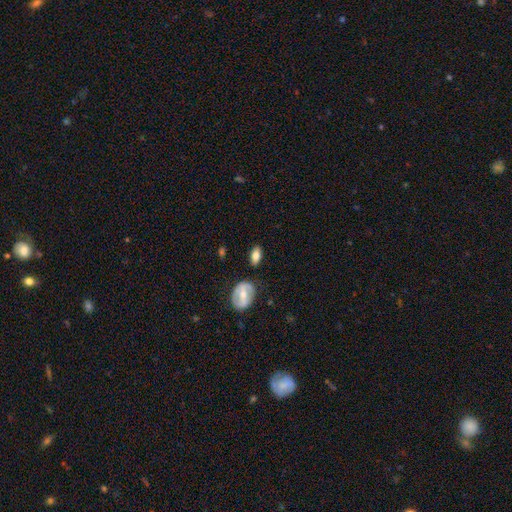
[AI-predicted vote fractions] This is likely a smooth galaxy (72%). How rounded: clearly in between (87%). Merging: clearly none (81%).